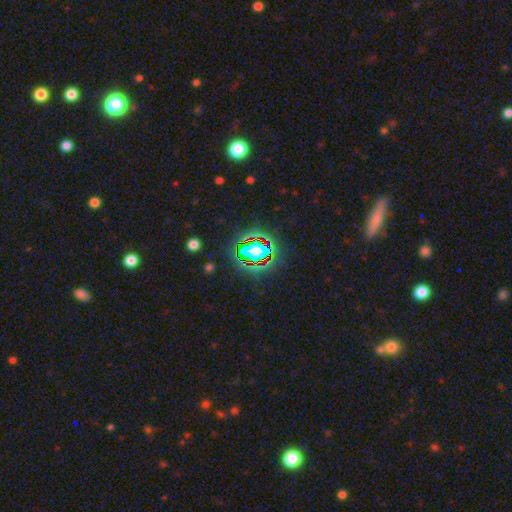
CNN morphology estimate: This is likely a star or artifact rather than a galaxy (78%).